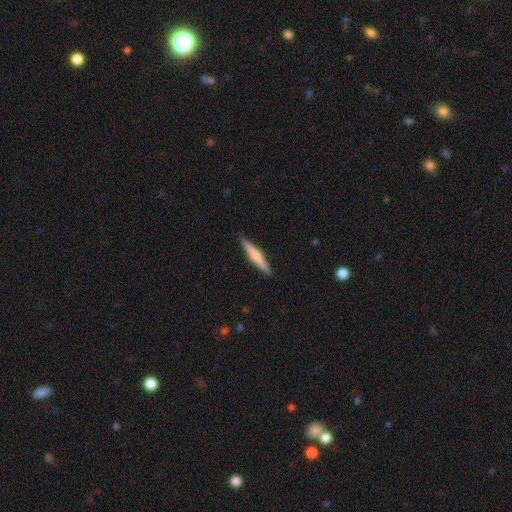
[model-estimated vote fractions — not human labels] This is possibly a smooth galaxy (50%). Merging: clearly none (91%).